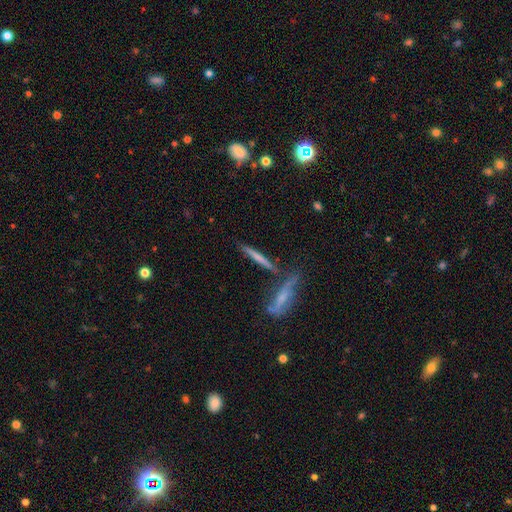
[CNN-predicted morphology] A smooth galaxy with no disk features (50%) that is cigar-shaped (91%). Merging: none (68%).